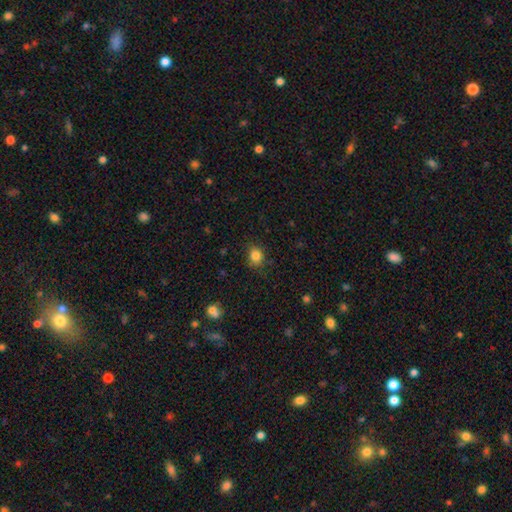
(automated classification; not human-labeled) A smooth galaxy with no disk features (84%) that is round (71%).

Vote fractions:
- Smooth or featured? smooth: 84% / star or artifact: 12% / featured or disk: 5%
- How rounded? round: 71% / in between: 28% / cigar-shaped: 1%
- Merging? none: 84% / minor disturbance: 12% / major disturbance: 3% / merger: 1%